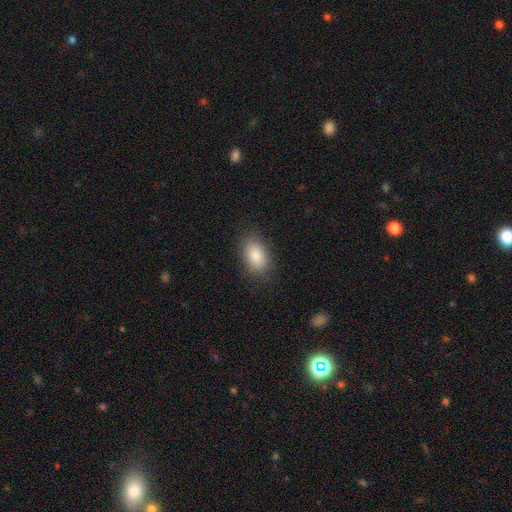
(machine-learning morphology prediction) Smooth or featured? Predicted: smooth (p=0.87). How rounded? Predicted: in between (p=0.91). Merging? Predicted: none (p=0.84).